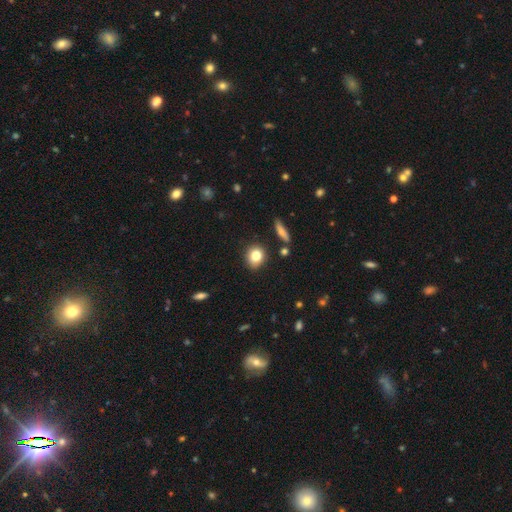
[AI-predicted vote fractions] Smooth or featured: smooth — 80% (featured or disk — 10%)
How rounded: round — 66% (in between — 32%)
Merging: none — 85% (minor disturbance — 10%)